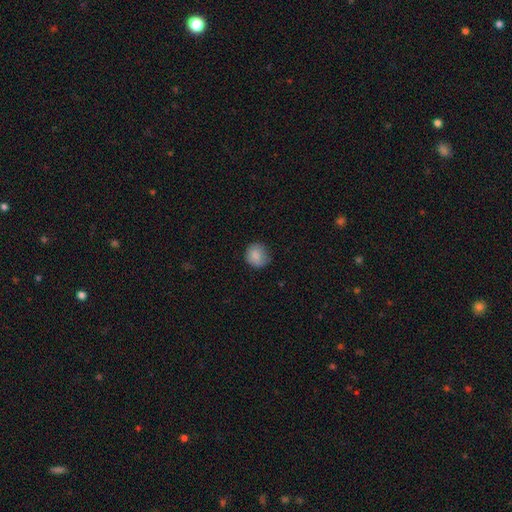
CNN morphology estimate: Overall: smooth (85%). How rounded: round (84%). Merging: none (75%).